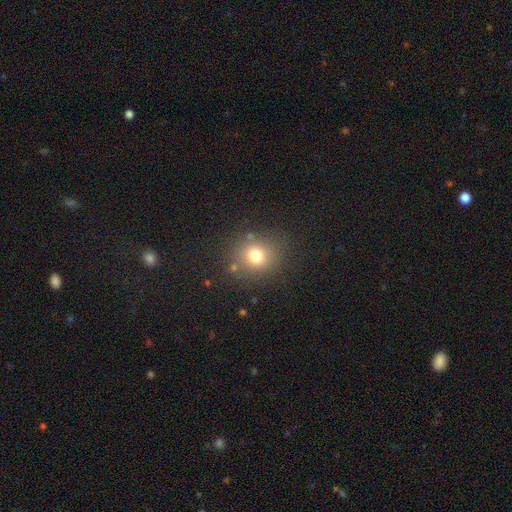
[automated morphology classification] Smooth or featured? smooth (74%)
How rounded? round (78%)
Merging? none (80%)